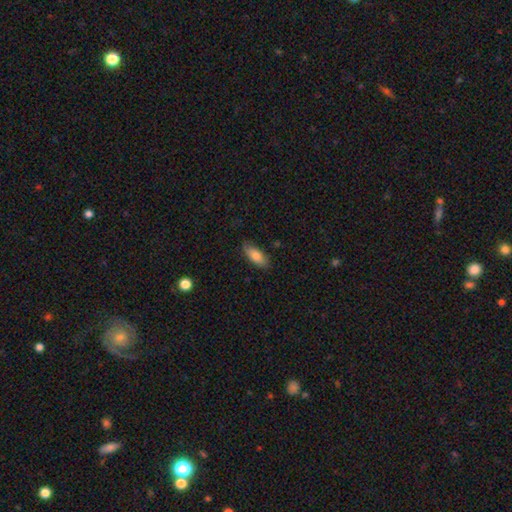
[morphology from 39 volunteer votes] This appears to be a smooth galaxy with no disk features (79%) that is in between round and cigar-shaped (84%). Merging: none (89%).